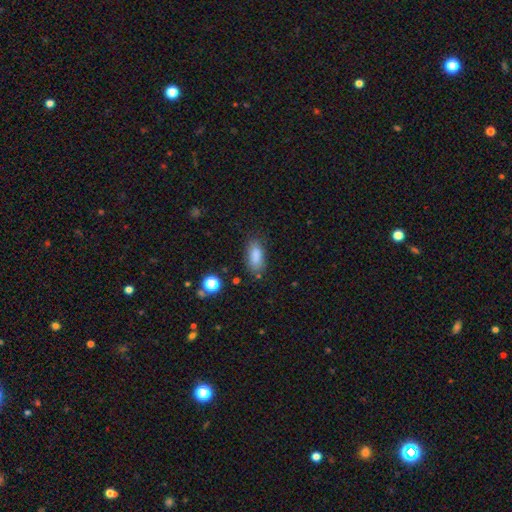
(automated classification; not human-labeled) This appears to be a smooth galaxy with no disk features (84%) that is in between round and cigar-shaped (84%). Merging: none (76%).